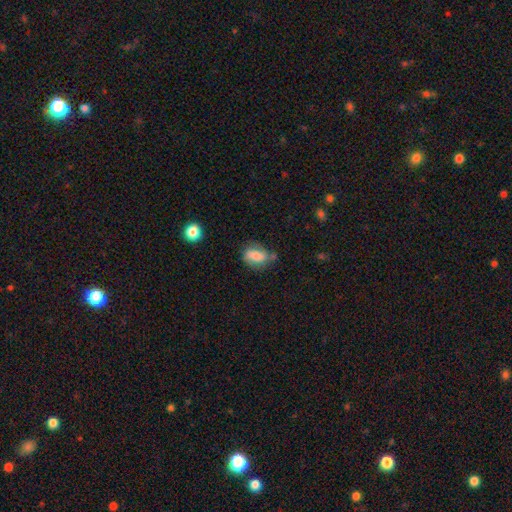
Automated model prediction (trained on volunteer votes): smooth-or-featured: smooth: 60% | featured or disk: 32% | star or artifact: 9%
  how-rounded: in between: 78% | round: 17% | cigar-shaped: 5%
  merging: none: 58% | minor disturbance: 26% | major disturbance: 9% | merger: 8%